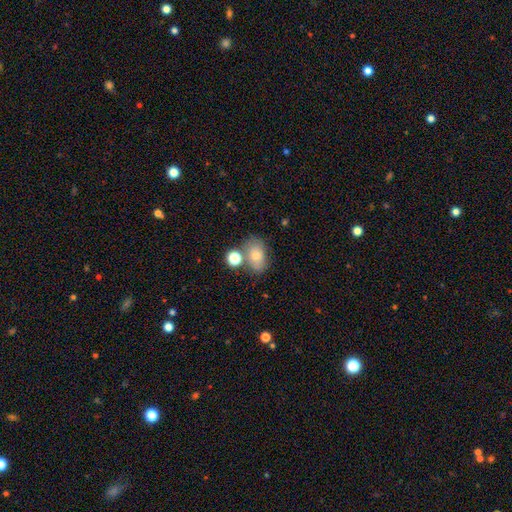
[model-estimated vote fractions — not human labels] smooth-or-featured: smooth: 73% | featured or disk: 16% | star or artifact: 10%
  how-rounded: in between: 80% | round: 19% | cigar-shaped: 1%
  merging: none: 55% | merger: 21% | minor disturbance: 17% | major disturbance: 6%